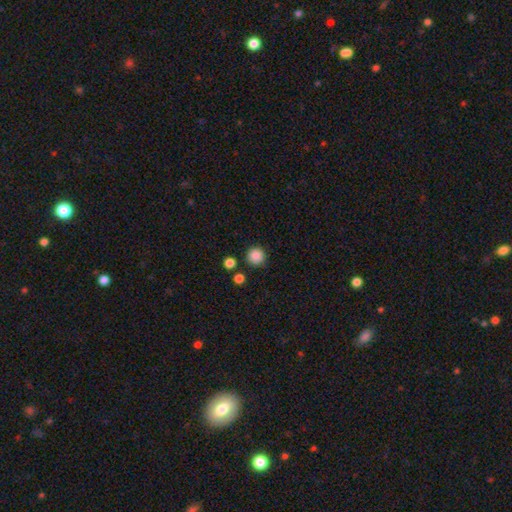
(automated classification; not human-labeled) Morphology: type=smooth (87%); roundness=round (95%); merging=none (88%).